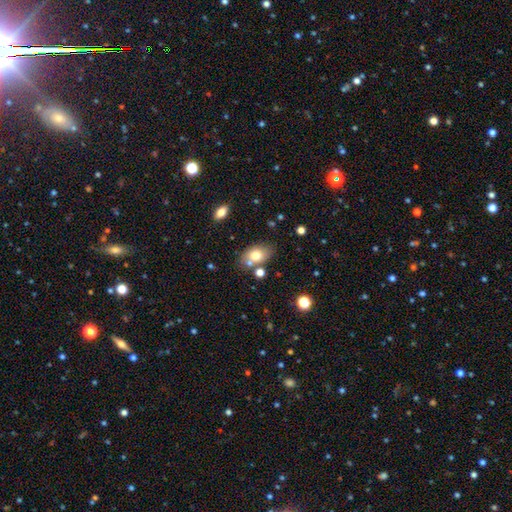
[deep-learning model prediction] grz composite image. It shows a smooth galaxy with no disk features (74%) that is in between round and cigar-shaped (84%). Merging: none (68%).